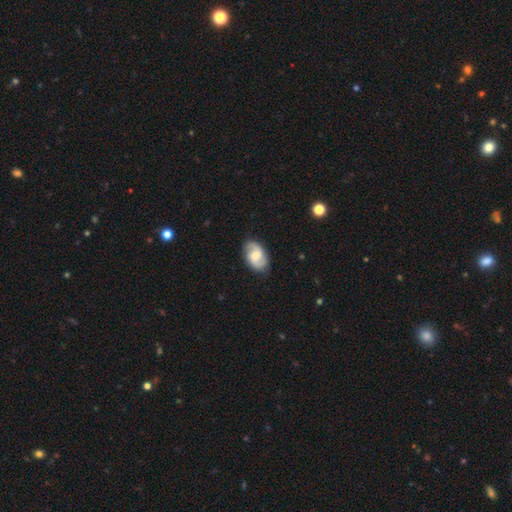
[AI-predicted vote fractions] featured or disk 76%, smooth 18%, star or artifact 5%. Down the decision tree: edge-on disk — no (97%); bar — no (45%, tied with weak); spiral arms — yes (94%); spiral arm count — 2 (91%); spiral winding — medium (48%); bulge size — moderate (59%); merging — none (85%).